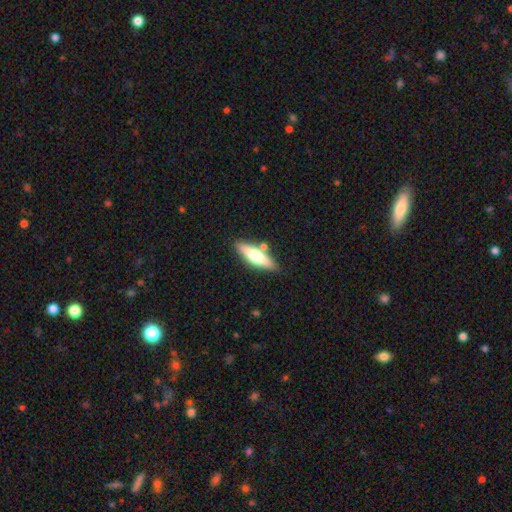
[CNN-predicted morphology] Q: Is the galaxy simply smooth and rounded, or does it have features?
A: featured or disk — 49%.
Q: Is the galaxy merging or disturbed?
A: none — 80%.